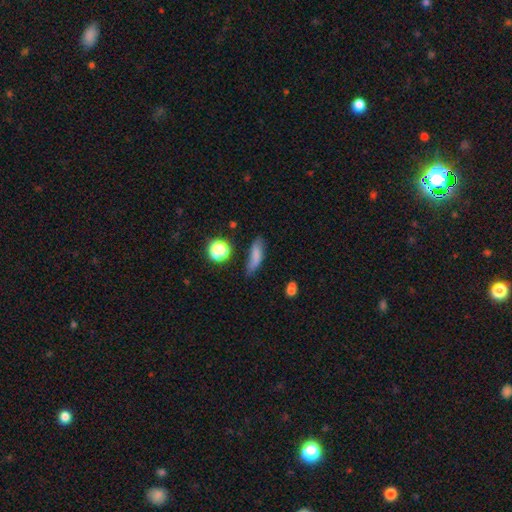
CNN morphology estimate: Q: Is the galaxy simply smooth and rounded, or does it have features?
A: smooth — 73%.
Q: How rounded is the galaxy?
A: in between — 51%.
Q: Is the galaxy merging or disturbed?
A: none — 58%.